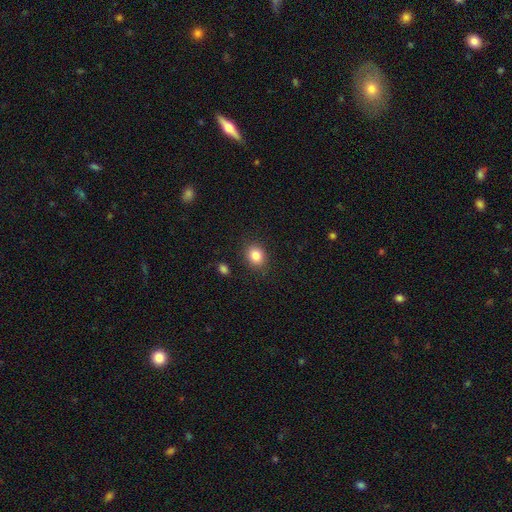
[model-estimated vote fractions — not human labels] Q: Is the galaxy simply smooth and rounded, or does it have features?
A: smooth — 83%.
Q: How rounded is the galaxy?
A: round — 63%.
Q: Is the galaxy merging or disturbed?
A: none — 86%.